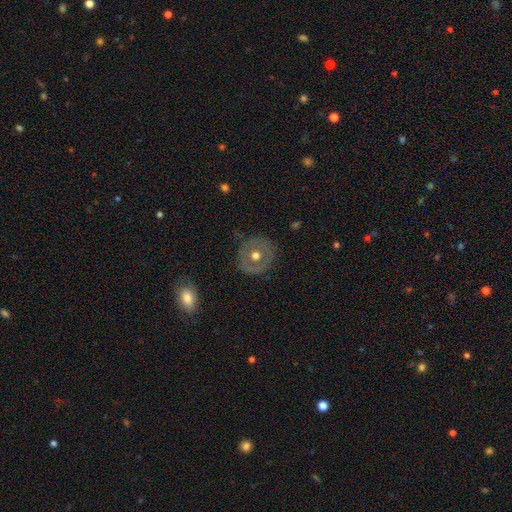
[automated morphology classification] The model was most divided on "smooth or featured": smooth: 47%, featured or disk: 46%, star or artifact: 7%. More confident: merging — none (83%).